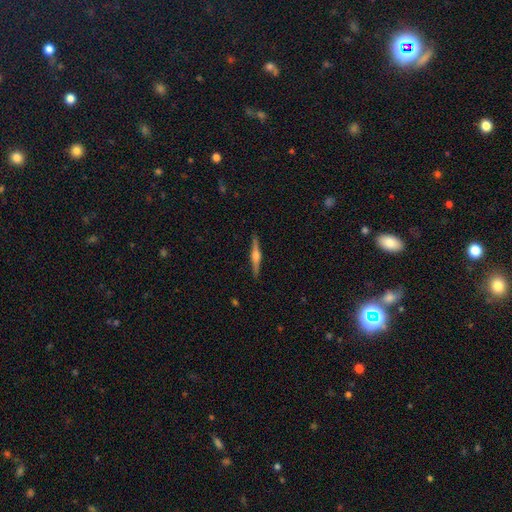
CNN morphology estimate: Q: Smooth or featured?
A: featured or disk (73%); runner-up: smooth (21%)
Q: Edge-on disk?
A: yes (98%); runner-up: no (2%)
Q: Edge-on bulge?
A: rounded (86%); runner-up: boxy (10%)
Q: Merging?
A: none (91%); runner-up: minor disturbance (7%)